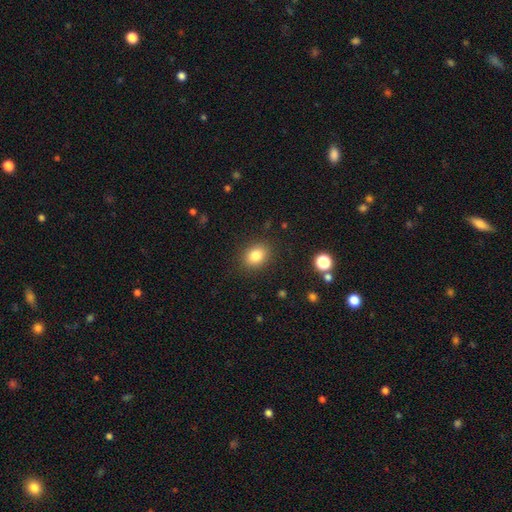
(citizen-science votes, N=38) A smooth galaxy with no disk features (87%) that is in between round and cigar-shaped (58%). Merging: none (91%).